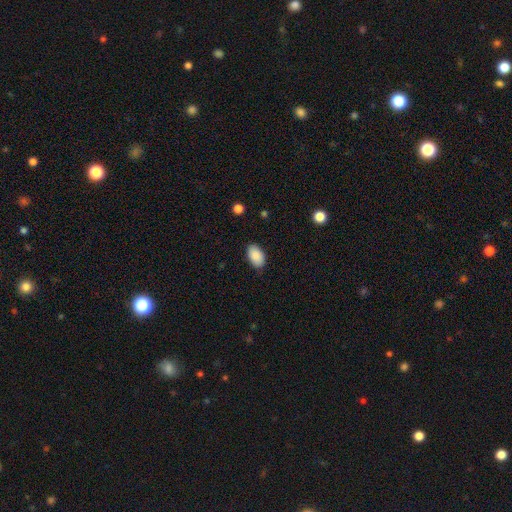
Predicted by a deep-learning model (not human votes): This is clearly a smooth galaxy (89%). How rounded: clearly in between (93%). Merging: clearly none (86%).